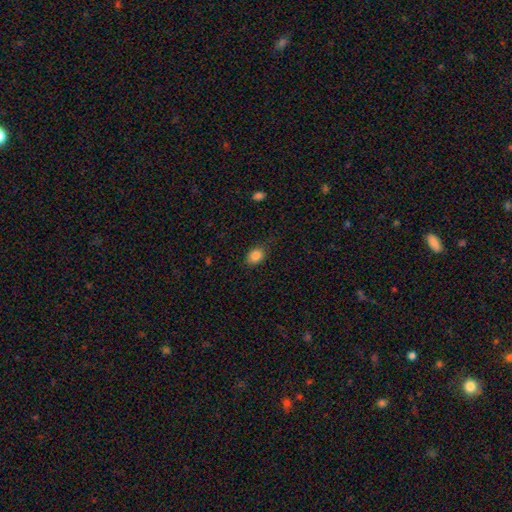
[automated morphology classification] A smooth galaxy with no disk features (84%) that is in between round and cigar-shaped (66%).

Vote fractions:
- Smooth or featured? smooth: 84% / star or artifact: 9% / featured or disk: 6%
- How rounded? in between: 66% / round: 33% / cigar-shaped: 1%
- Merging? none: 76% / minor disturbance: 19% / major disturbance: 4% / merger: 1%